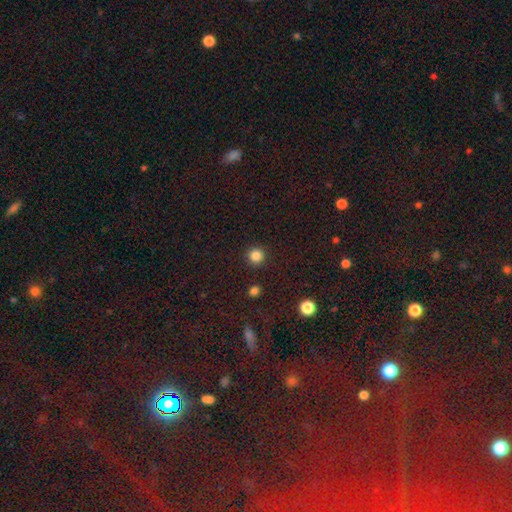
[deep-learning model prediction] Smooth or featured? Predicted: smooth (p=0.84). How rounded? Predicted: round (p=0.94). Merging? Predicted: none (p=0.91).